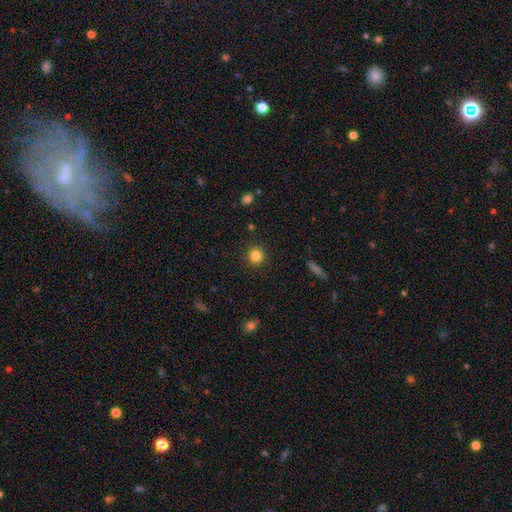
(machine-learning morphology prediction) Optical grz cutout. It shows a smooth galaxy with no disk features (83%) that is round (90%). Merging: none (91%).